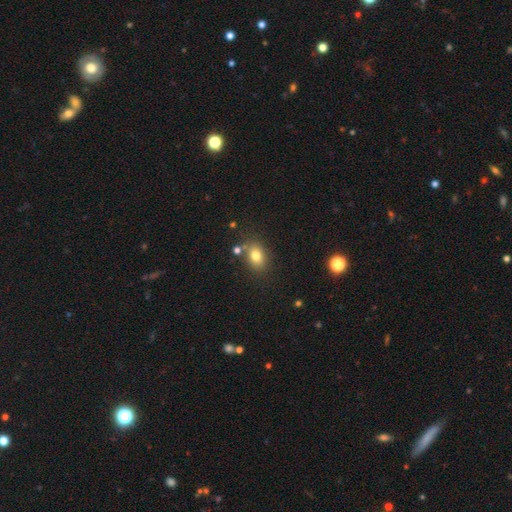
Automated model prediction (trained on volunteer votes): Overall: smooth (79%). How rounded: in between (70%). Merging: none (75%).